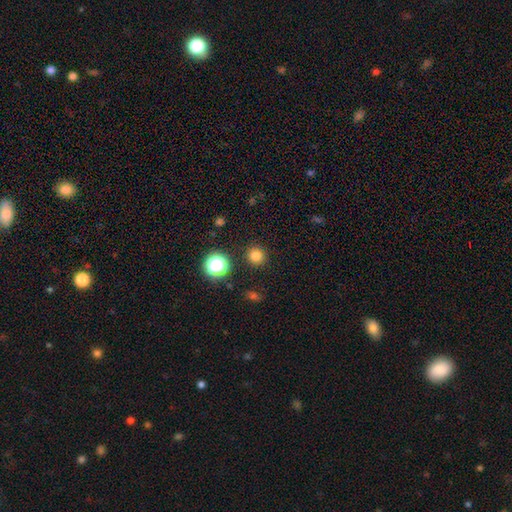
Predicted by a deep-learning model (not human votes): A smooth galaxy with no disk features (79%) that is round (94%).

Vote fractions:
- Smooth or featured? smooth: 79% / star or artifact: 16% / featured or disk: 5%
- How rounded? round: 94% / in between: 5% / cigar-shaped: 1%
- Merging? none: 90% / minor disturbance: 5% / major disturbance: 2% / merger: 2%